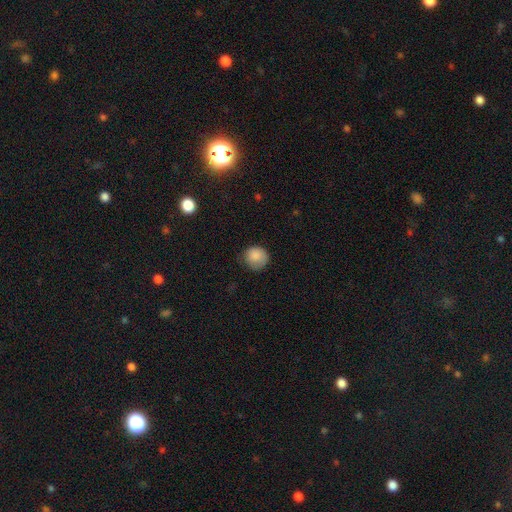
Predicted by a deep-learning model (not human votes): Morphology: type=smooth (86%); roundness=round (87%); merging=none (68%).